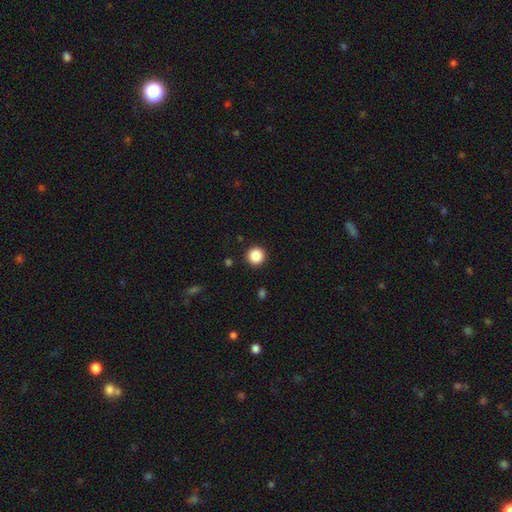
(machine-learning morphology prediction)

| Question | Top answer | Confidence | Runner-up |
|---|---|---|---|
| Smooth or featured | smooth | 87% | star or artifact (10%) |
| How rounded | round | 96% | in between (3%) |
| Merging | none | 92% | minor disturbance (5%) |